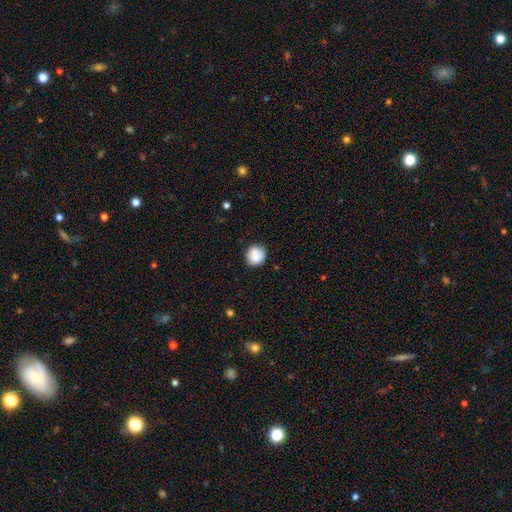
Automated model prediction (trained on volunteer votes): This is clearly a smooth galaxy (82%). How rounded: clearly round (88%). Merging: likely none (75%).